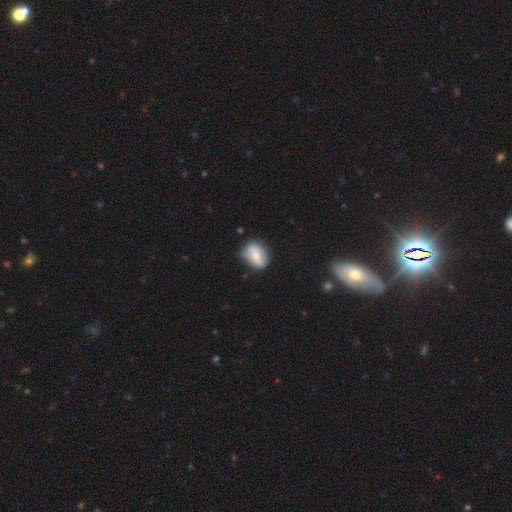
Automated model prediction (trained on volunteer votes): smooth_or_featured: smooth (p=0.56) [alt: featured or disk p=0.37]
how_rounded: in between (p=0.60) [alt: round p=0.38]
merging: none (p=0.65) [alt: minor disturbance p=0.26]